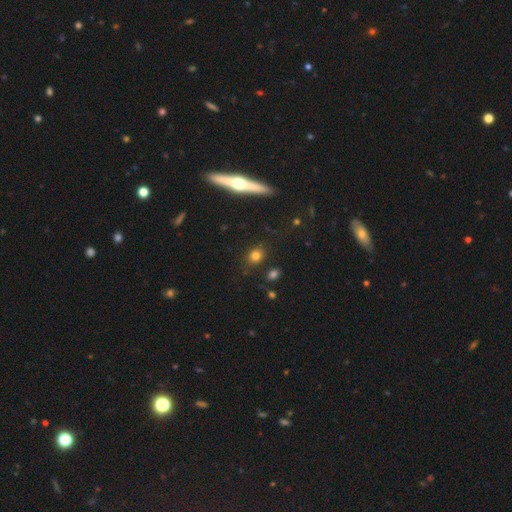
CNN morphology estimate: A smooth galaxy with no disk features (78%) that is round (62%).

Vote fractions:
- Smooth or featured? smooth: 78% / star or artifact: 13% / featured or disk: 9%
- How rounded? round: 62% / in between: 35% / cigar-shaped: 3%
- Merging? none: 83% / minor disturbance: 11% / major disturbance: 3% / merger: 3%